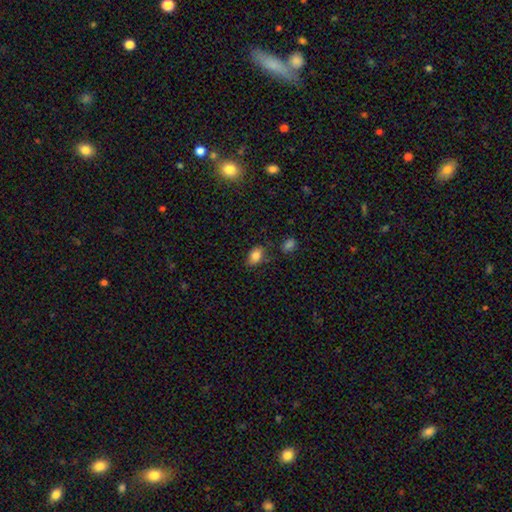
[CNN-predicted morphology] A smooth galaxy with no disk features (82%) that is in between round and cigar-shaped (86%). Merging: none (73%).